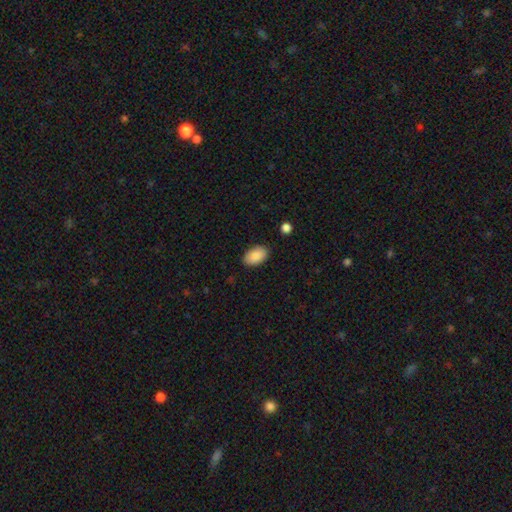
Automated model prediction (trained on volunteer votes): Smooth or featured?
  - smooth: 88% *
  - star or artifact: 7%
  - featured or disk: 5%
How rounded?
  - in between: 93% *
  - round: 6%
  - cigar-shaped: 1%
Merging?
  - none: 87% *
  - minor disturbance: 10%
  - major disturbance: 2%
  - merger: 1%